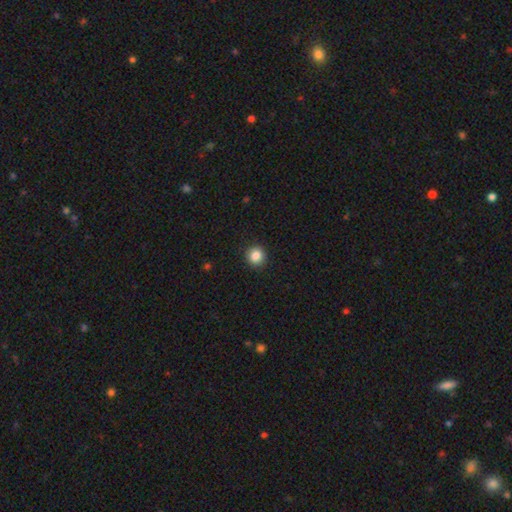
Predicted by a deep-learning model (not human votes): A smooth galaxy with no disk features (86%) that is round (89%).

Vote fractions:
- Smooth or featured? smooth: 86% / star or artifact: 10% / featured or disk: 4%
- How rounded? round: 89% / in between: 10% / cigar-shaped: 1%
- Merging? none: 91% / minor disturbance: 6% / major disturbance: 2% / merger: 1%